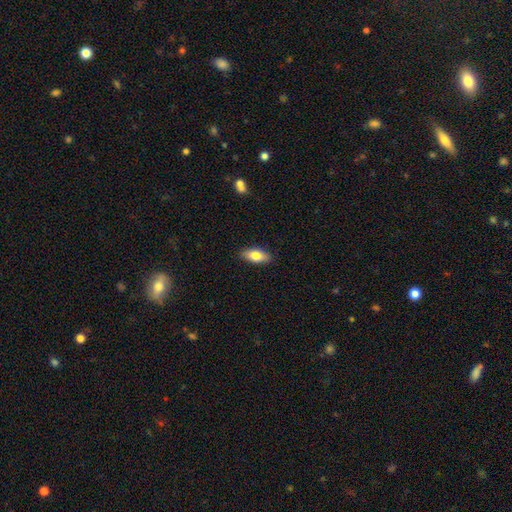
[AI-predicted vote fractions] Overall: smooth (81%). How rounded: in between (85%). Merging: none (88%).